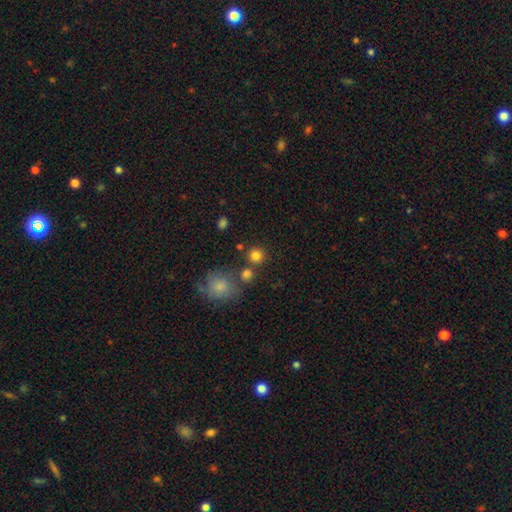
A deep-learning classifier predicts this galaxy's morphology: Smooth or featured? Predicted: smooth (p=0.81). How rounded? Predicted: round (p=0.92). Merging? Predicted: none (p=0.75).